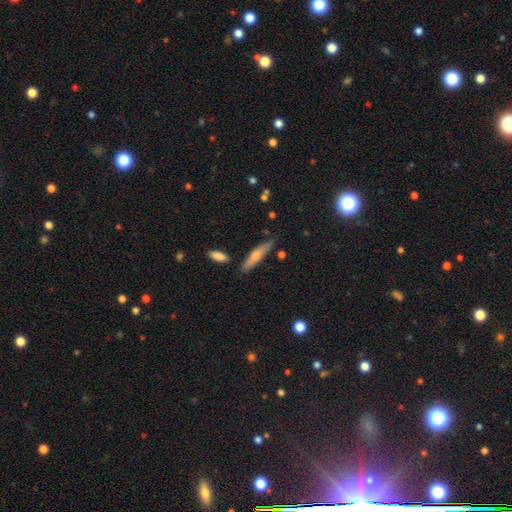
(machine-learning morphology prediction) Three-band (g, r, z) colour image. It shows a smooth galaxy with no disk features (59%) that is cigar-shaped (80%). Merging: none (77%).